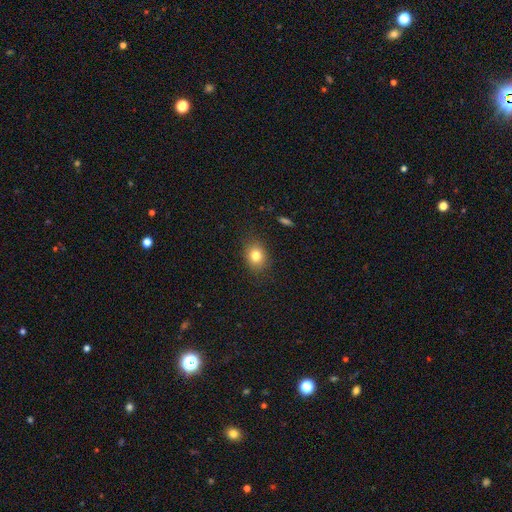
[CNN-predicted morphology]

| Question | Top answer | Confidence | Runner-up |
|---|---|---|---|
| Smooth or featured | smooth | 80% | star or artifact (11%) |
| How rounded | round | 51% | in between (48%) |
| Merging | none | 86% | minor disturbance (11%) |